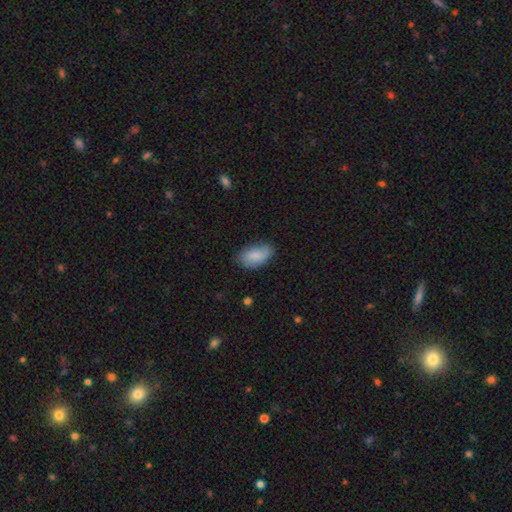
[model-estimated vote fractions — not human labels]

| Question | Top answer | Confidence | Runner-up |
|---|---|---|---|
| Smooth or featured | smooth | 86% | featured or disk (8%) |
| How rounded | in between | 93% | round (4%) |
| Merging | none | 74% | minor disturbance (20%) |